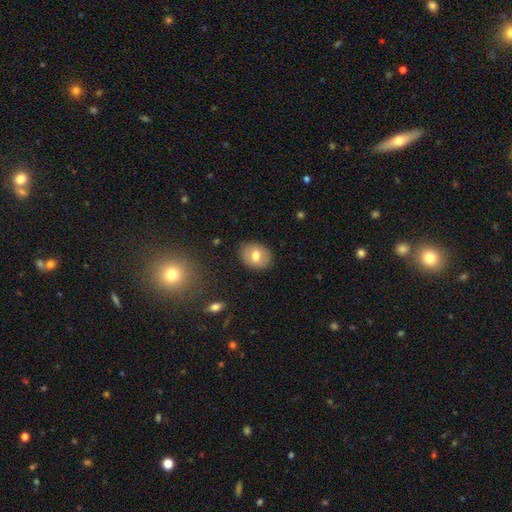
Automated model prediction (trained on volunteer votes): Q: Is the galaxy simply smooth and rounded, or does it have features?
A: smooth — 71%.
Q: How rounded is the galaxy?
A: in between — 53%.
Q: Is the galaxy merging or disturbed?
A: none — 86%.